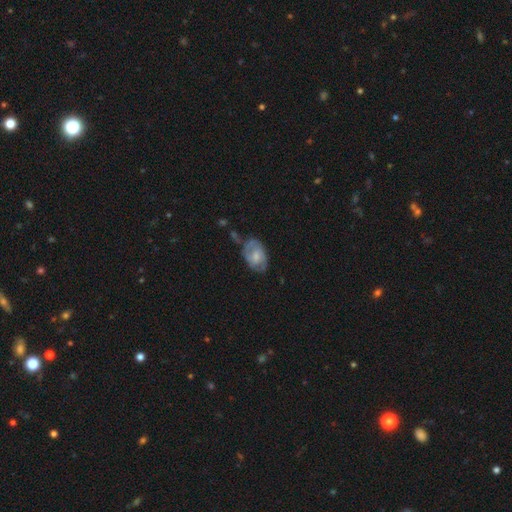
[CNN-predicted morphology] Smooth or featured? featured or disk (58%)
Edge-on disk? no (96%)
Bar? no (59%)
Spiral arms? yes (76%)
Bulge size? moderate (42%)
Merging? none (51%)